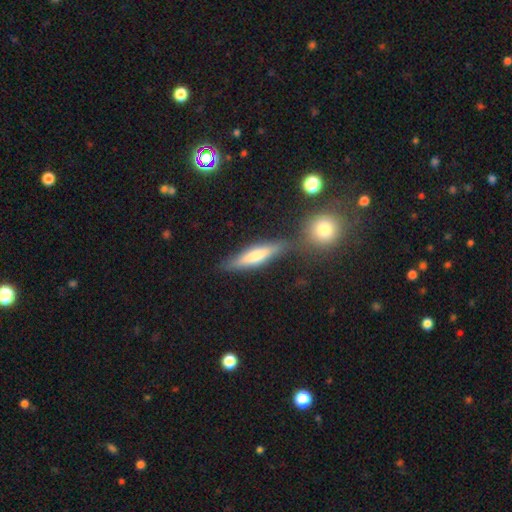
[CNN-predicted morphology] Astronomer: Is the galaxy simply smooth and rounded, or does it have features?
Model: smooth — 59%.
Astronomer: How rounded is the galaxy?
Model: cigar-shaped — 77%.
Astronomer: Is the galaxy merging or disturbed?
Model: none — 69%.